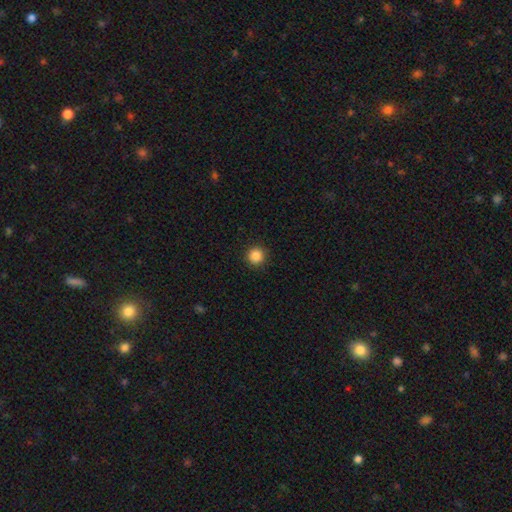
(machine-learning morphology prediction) Smooth or featured? Predicted: smooth (p=0.86). How rounded? Predicted: round (p=0.96). Merging? Predicted: none (p=0.93).